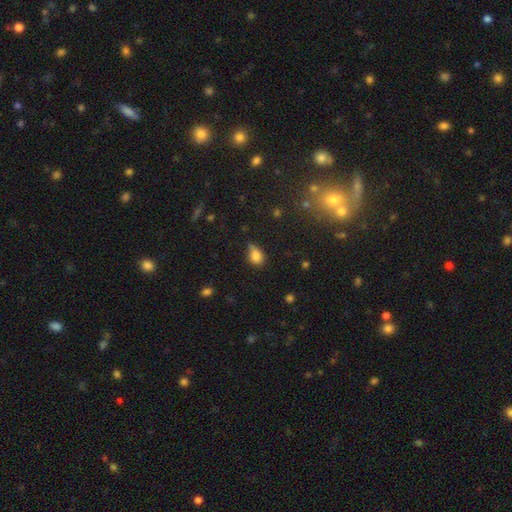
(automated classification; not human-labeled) Smooth or featured: smooth — 81% (star or artifact — 11%)
How rounded: in between — 73% (round — 24%)
Merging: minor disturbance — 42% (none — 41%)